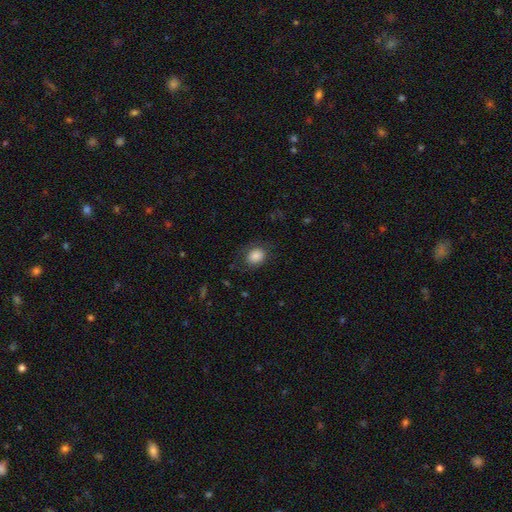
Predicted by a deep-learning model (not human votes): A smooth galaxy with no disk features (85%) that is round (53%). Merging: none (75%).